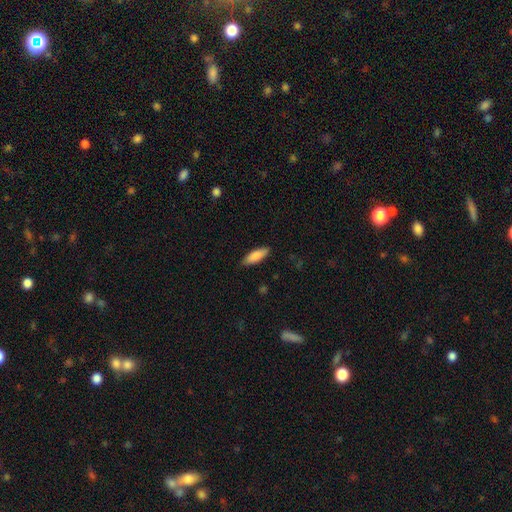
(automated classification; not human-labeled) smooth-or-featured: smooth: 85% | featured or disk: 9% | star or artifact: 6%
  how-rounded: in between: 55% | cigar-shaped: 43% | round: 2%
  merging: none: 86% | minor disturbance: 11% | major disturbance: 2% | merger: 1%